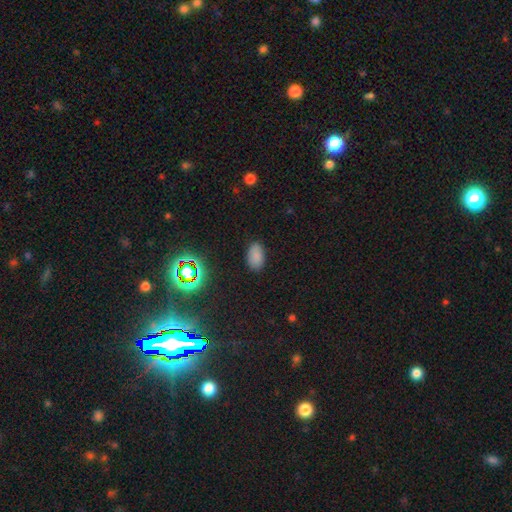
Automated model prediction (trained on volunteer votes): This is clearly a smooth galaxy (80%). How rounded: clearly in between (93%). Merging: clearly none (85%).